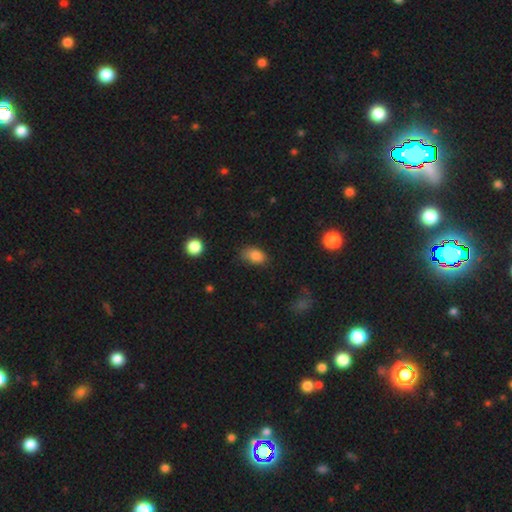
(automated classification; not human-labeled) A smooth galaxy with no disk features (84%) that is in between round and cigar-shaped (85%).

Vote fractions:
- Smooth or featured? smooth: 84% / star or artifact: 10% / featured or disk: 6%
- How rounded? in between: 85% / round: 13% / cigar-shaped: 2%
- Merging? none: 64% / minor disturbance: 28% / major disturbance: 7% / merger: 2%